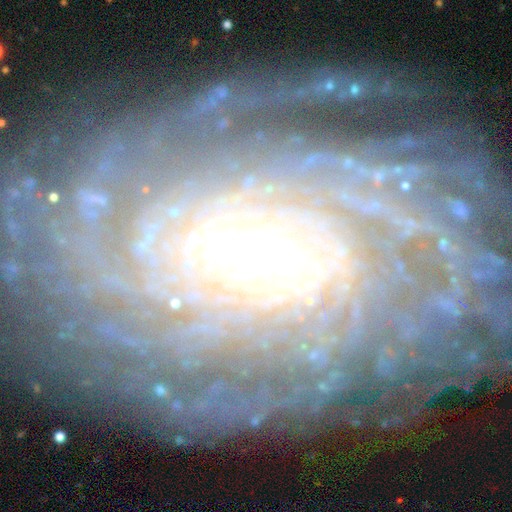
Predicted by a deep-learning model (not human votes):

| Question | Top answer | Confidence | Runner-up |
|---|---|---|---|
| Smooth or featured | featured or disk | 91% | star or artifact (5%) |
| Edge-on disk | no | 95% | yes (5%) |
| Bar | strong | 42% | weak (38%) |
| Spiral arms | yes | 97% | no (3%) |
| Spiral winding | tight | 76% | medium (18%) |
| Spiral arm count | more than 4 | 29% | can't tell (25%) |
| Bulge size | moderate | 48% | small (41%) |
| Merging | none | 73% | minor disturbance (16%) |